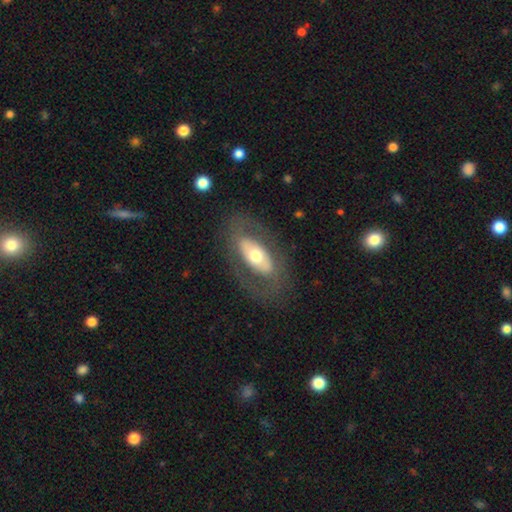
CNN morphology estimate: Q: Smooth or featured?
A: featured or disk (56%); runner-up: smooth (38%)
Q: Edge-on disk?
A: no (86%); runner-up: yes (14%)
Q: Merging?
A: none (77%); runner-up: minor disturbance (12%)